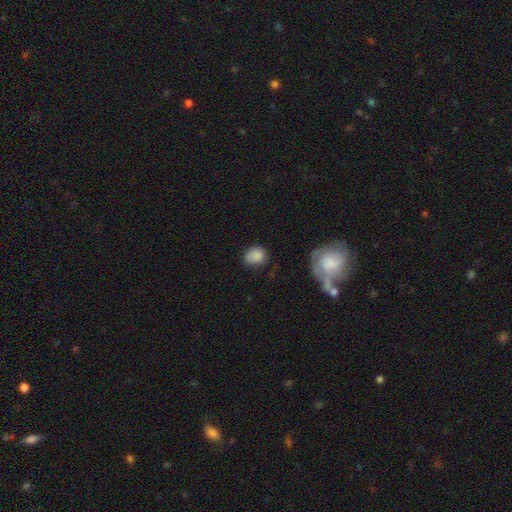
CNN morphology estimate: The model was most divided on "how rounded": round: 62%, in between: 36%, cigar-shaped: 1%. More confident: smooth or featured — smooth (84%); merging — none (65%).